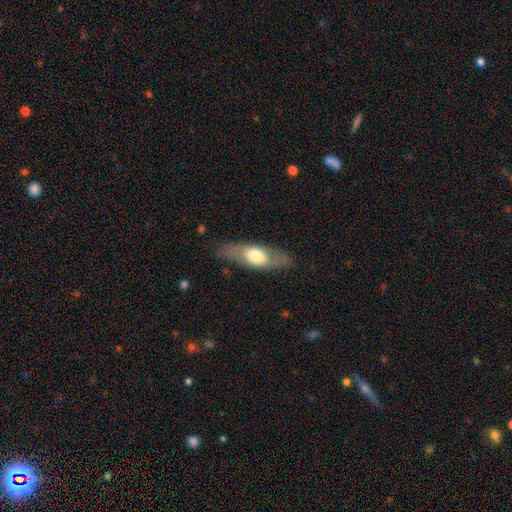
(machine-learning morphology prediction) smooth_or_featured: smooth (p=0.53) [alt: featured or disk p=0.41]
how_rounded: in between (p=0.65) [alt: cigar-shaped p=0.31]
merging: none (p=0.80) [alt: minor disturbance p=0.14]